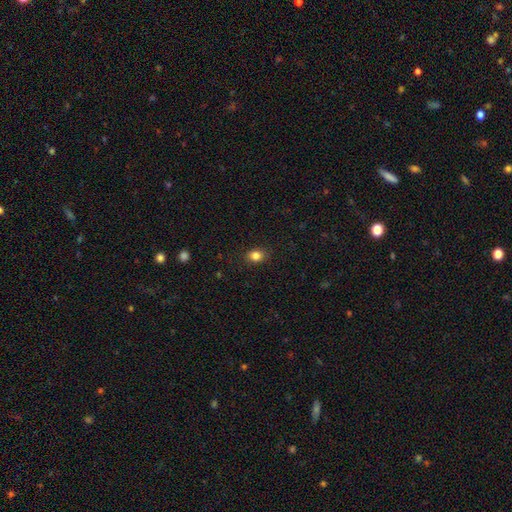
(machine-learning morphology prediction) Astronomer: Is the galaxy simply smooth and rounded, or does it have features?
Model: smooth — 84%.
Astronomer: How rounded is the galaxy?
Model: in between — 53% (runner-up: round, 46%).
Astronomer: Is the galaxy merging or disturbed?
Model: none — 88%.